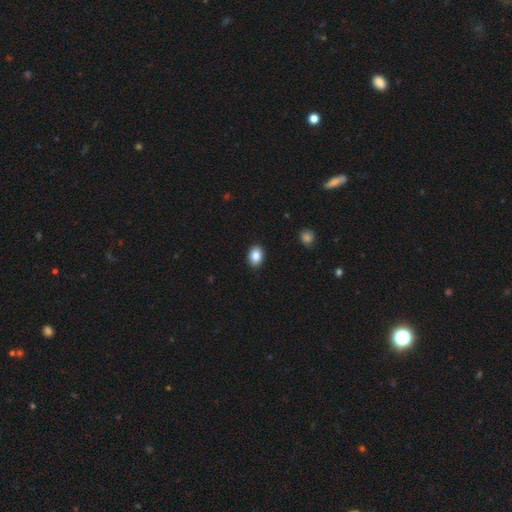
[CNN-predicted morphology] The model was most divided on "how rounded": in between: 76%, round: 23%, cigar-shaped: 1%. More confident: merging — none (90%); smooth or featured — smooth (87%).